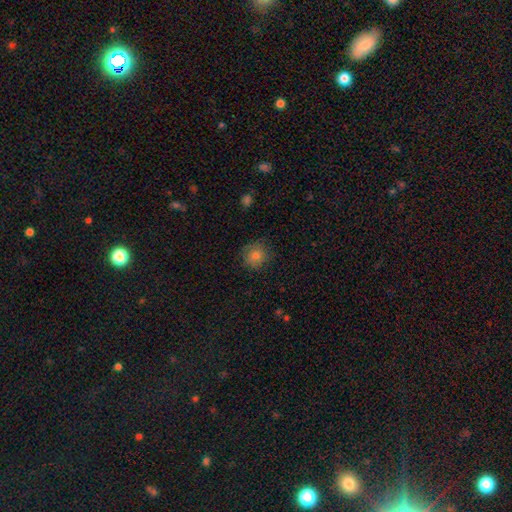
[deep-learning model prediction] A smooth galaxy with no disk features (79%) that is round (90%). Merging: none (83%).